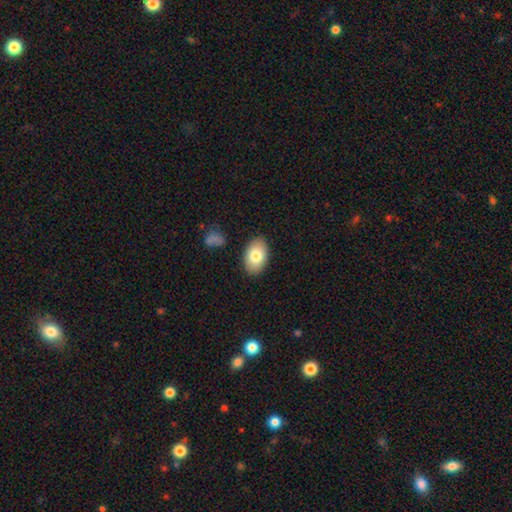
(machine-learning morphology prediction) smooth 79%, featured or disk 14%, star or artifact 7%. Down the decision tree: how rounded — in between (91%); merging — none (87%).